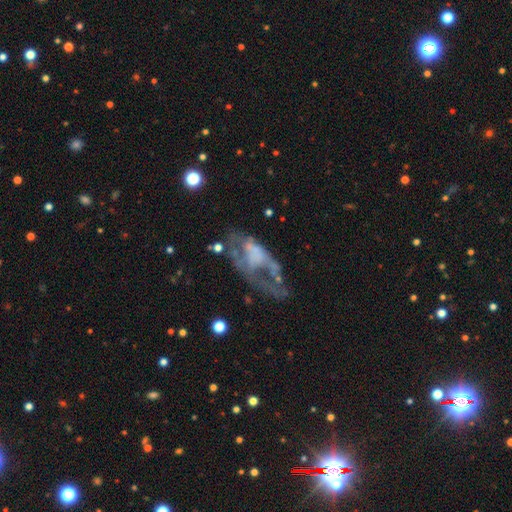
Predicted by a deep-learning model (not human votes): smooth-or-featured: featured or disk: 63% | smooth: 25% | star or artifact: 12%
  disk-edge-on: no: 94% | yes: 6%
    bar: no: 86% | weak: 10% | strong: 4%
    has-spiral-arms: no: 79% | yes: 21%
    bulge-size: none: 71% | small: 9% | moderate: 9% | large: 9% | dominant: 3%
  merging: major disturbance: 48% | none: 23% | minor disturbance: 16% | merger: 12%